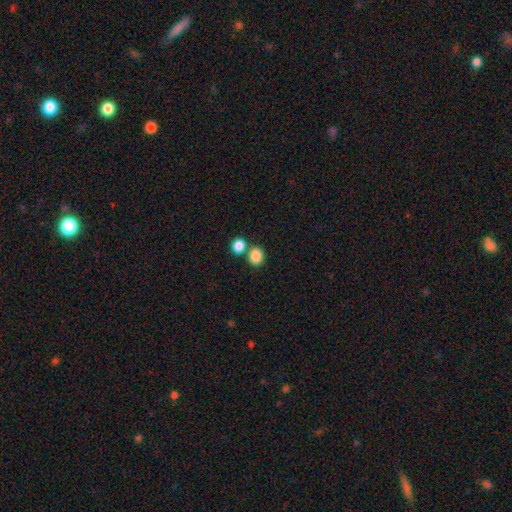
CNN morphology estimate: A smooth galaxy with no disk features (86%) that is round (67%). Merging: none (63%).